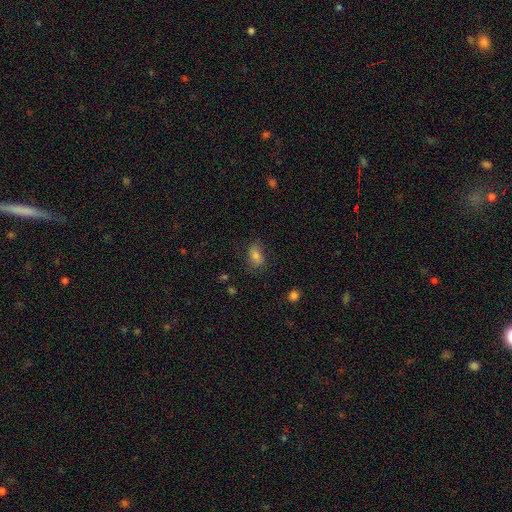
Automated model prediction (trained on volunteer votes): A smooth galaxy with no disk features (72%) that is in between round and cigar-shaped (83%).

Vote fractions:
- Smooth or featured? smooth: 72% / featured or disk: 14% / star or artifact: 13%
- How rounded? in between: 83% / round: 14% / cigar-shaped: 3%
- Merging? none: 71% / minor disturbance: 20% / major disturbance: 8% / merger: 1%